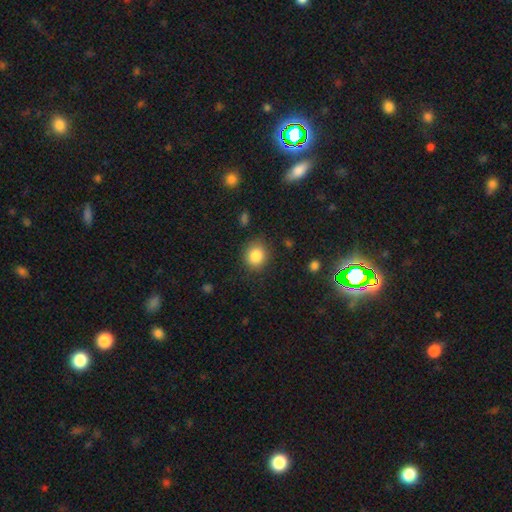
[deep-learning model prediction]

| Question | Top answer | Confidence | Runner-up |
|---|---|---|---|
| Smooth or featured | smooth | 85% | star or artifact (10%) |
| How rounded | round | 79% | in between (20%) |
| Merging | none | 84% | minor disturbance (11%) |